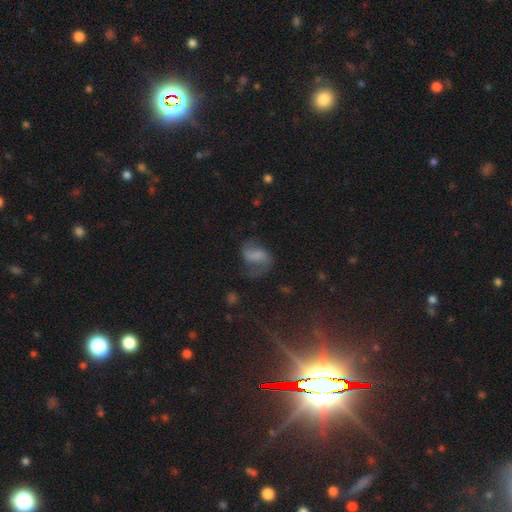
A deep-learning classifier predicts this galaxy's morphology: Q: Smooth or featured?
A: featured or disk (51%); runner-up: smooth (37%)
Q: Edge-on disk?
A: no (97%); runner-up: yes (3%)
Q: Bar?
A: weak (38%); tied with: no (38%)
Q: Spiral arms?
A: yes (83%); runner-up: no (17%)
Q: Bulge size?
A: none (55%); runner-up: small (14%)
Q: Merging?
A: none (42%); runner-up: major disturbance (31%)